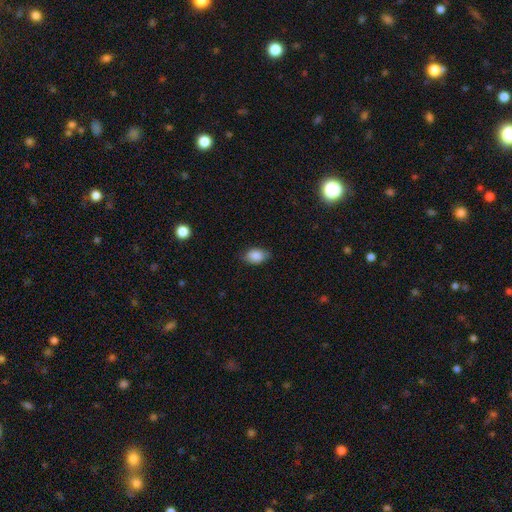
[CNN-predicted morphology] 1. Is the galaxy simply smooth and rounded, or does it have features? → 86% smooth, 8% star or artifact, 7% featured or disk.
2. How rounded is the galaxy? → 86% in between, 12% round, 2% cigar-shaped.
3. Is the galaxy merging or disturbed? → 75% none, 20% minor disturbance, 4% major disturbance, 1% merger.